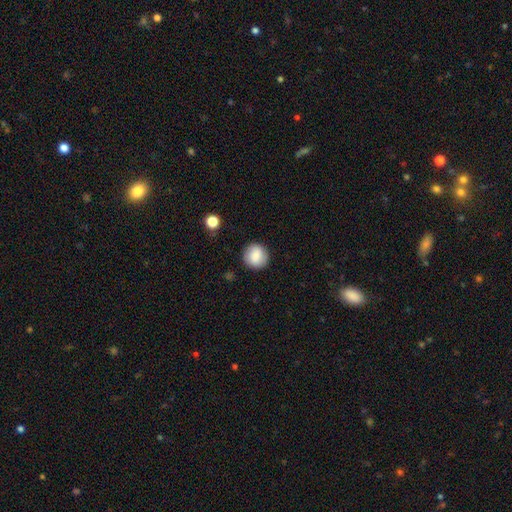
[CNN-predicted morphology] Smooth or featured?
  - smooth: 84% *
  - featured or disk: 9%
  - star or artifact: 8%
How rounded?
  - round: 93% *
  - in between: 7%
  - cigar-shaped: 1%
Merging?
  - none: 89% *
  - minor disturbance: 7%
  - major disturbance: 2%
  - merger: 1%